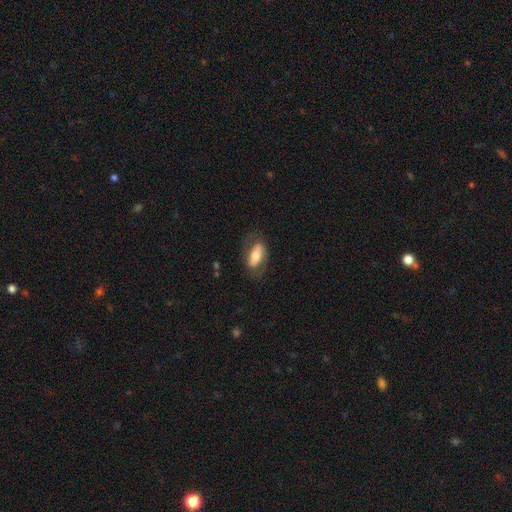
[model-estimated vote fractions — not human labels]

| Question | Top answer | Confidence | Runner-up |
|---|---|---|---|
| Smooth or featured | smooth | 48% | featured or disk (46%) |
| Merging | none | 68% | minor disturbance (19%) |